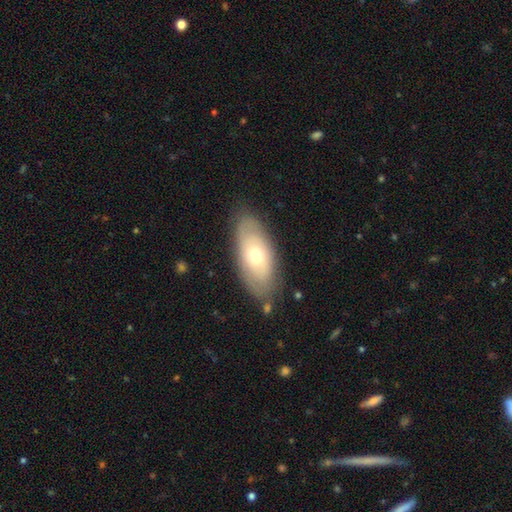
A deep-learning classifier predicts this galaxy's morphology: Overall: smooth (53%; featured or disk 41%). How rounded: in between (89%). Merging: none (78%).